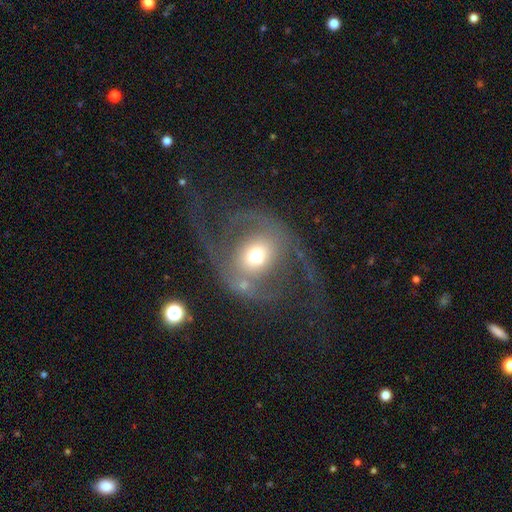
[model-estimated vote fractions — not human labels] This appears to be a featured or disk galaxy (69%) with no bar (61%), spiral arms (72%) and a moderate central bulge (59%). Merging: none (49%).